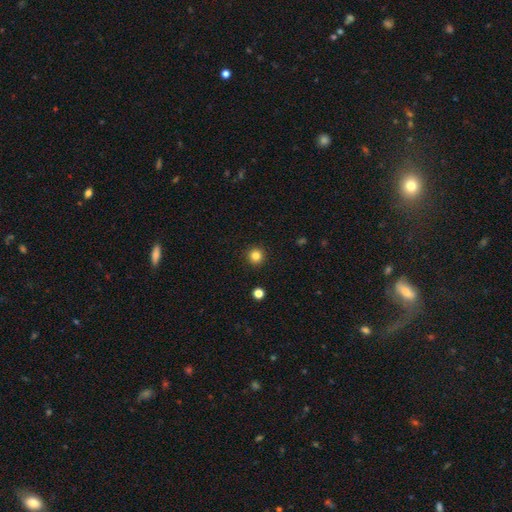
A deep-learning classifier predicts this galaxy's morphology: Q: Smooth or featured?
A: smooth (83%); runner-up: star or artifact (12%)
Q: How rounded?
A: round (96%); runner-up: in between (4%)
Q: Merging?
A: none (93%); runner-up: minor disturbance (4%)